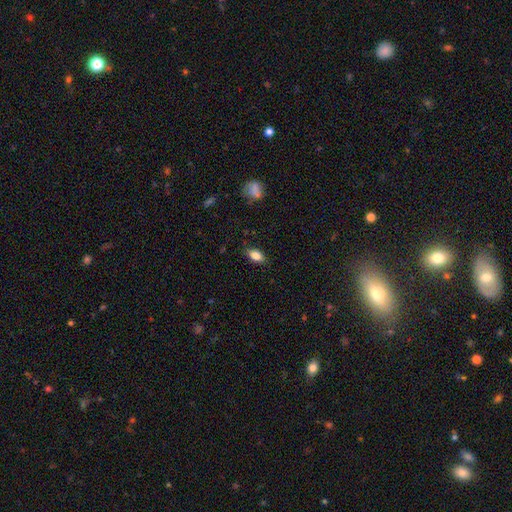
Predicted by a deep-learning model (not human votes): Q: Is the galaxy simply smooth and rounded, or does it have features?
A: smooth — 83%.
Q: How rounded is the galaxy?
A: in between — 88%.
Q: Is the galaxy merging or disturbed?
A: none — 86%.